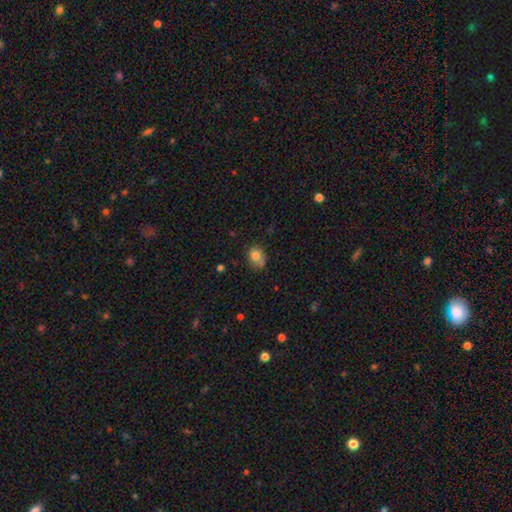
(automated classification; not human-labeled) A smooth galaxy with no disk features (79%) that is in between round and cigar-shaped (50%).

Vote fractions:
- Smooth or featured? smooth: 79% / featured or disk: 10% / star or artifact: 10%
- How rounded? in between: 50% / round: 49% / cigar-shaped: 1%
- Merging? none: 57% / minor disturbance: 30% / major disturbance: 8% / merger: 4%